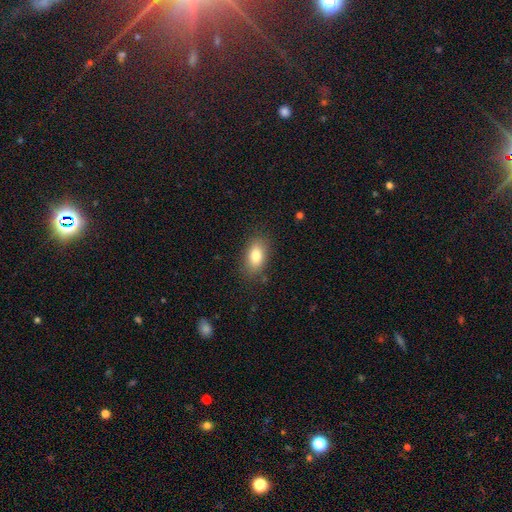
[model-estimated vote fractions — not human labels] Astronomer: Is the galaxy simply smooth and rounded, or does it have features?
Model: smooth — 82%.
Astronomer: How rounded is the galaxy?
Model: in between — 88%.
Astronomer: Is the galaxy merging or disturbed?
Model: none — 83%.